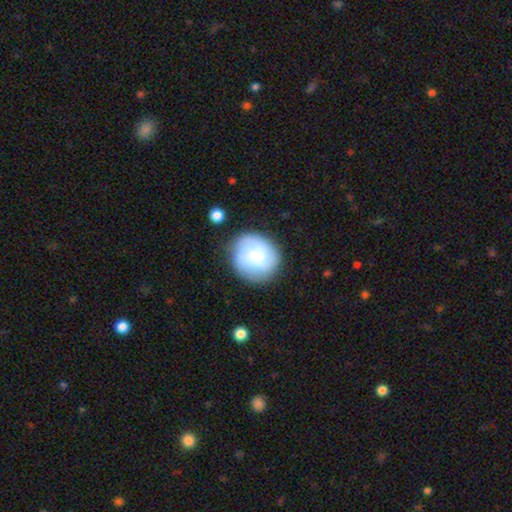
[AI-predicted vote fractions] Smooth or featured? smooth (63%)
How rounded? round (84%)
Merging? none (73%)